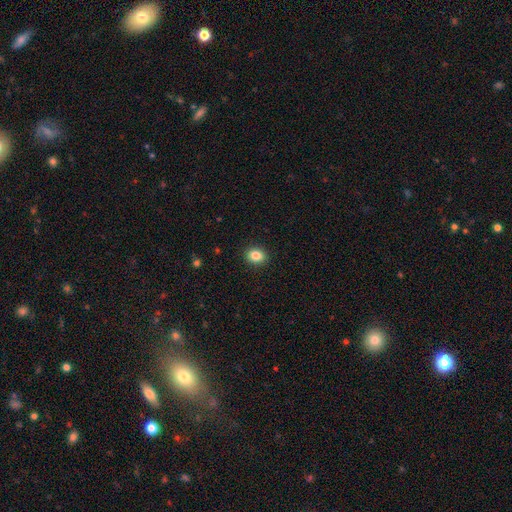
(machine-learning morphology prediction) type=smooth (85%); roundness=round (53%); merging=none (91%).